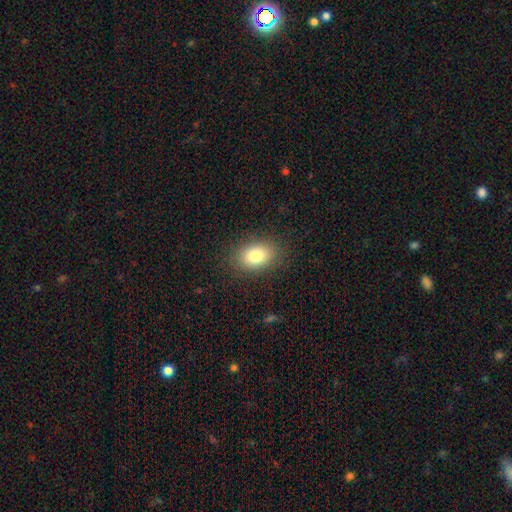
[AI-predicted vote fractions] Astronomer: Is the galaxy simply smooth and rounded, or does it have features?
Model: smooth — 81%.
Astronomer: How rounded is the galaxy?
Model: in between — 81%.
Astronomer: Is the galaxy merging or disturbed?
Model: none — 86%.